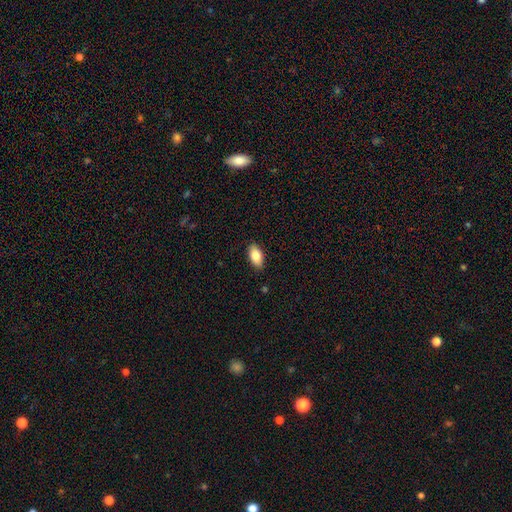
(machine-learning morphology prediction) A smooth galaxy with no disk features (84%) that is in between round and cigar-shaped (92%). Merging: none (87%).